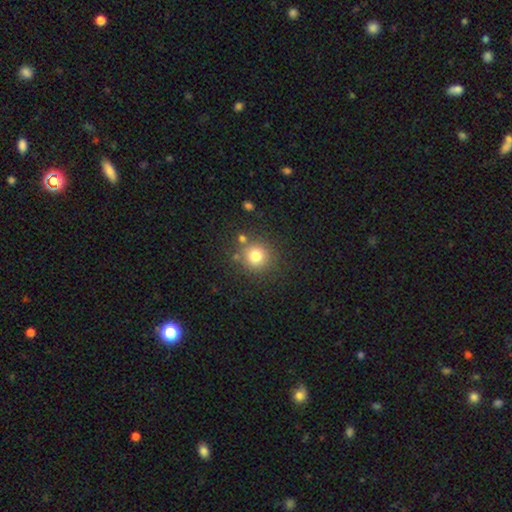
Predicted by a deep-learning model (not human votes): This is likely a smooth galaxy (78%). How rounded: clearly round (93%). Merging: clearly none (80%).